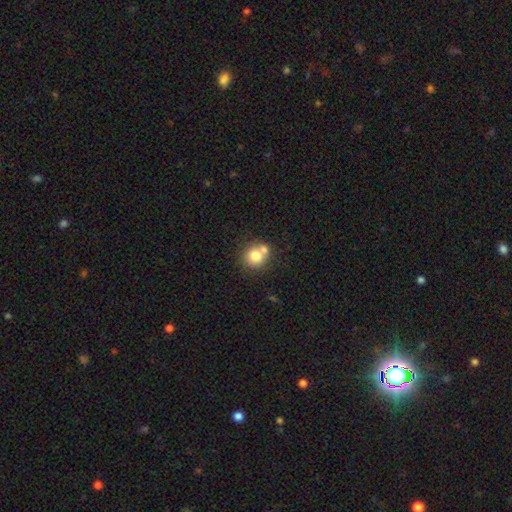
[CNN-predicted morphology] A smooth galaxy with no disk features (75%) that is round (82%).

Vote fractions:
- Smooth or featured? smooth: 75% / featured or disk: 15% / star or artifact: 10%
- How rounded? round: 82% / in between: 17% / cigar-shaped: 1%
- Merging? none: 49% / merger: 38% / minor disturbance: 10% / major disturbance: 4%